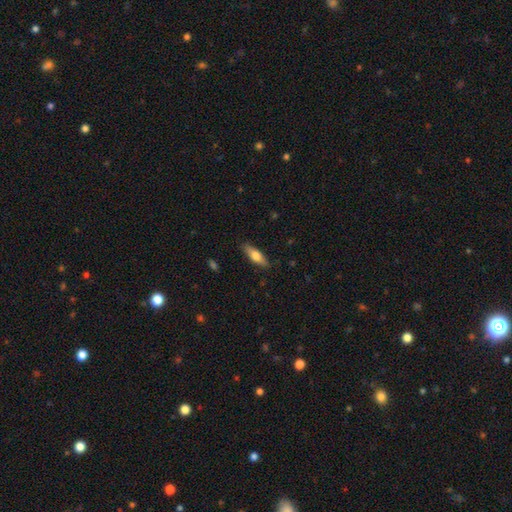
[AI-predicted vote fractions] Q: Smooth or featured?
A: smooth (66%); runner-up: featured or disk (28%)
Q: How rounded?
A: in between (51%); runner-up: cigar-shaped (46%)
Q: Merging?
A: none (86%); runner-up: minor disturbance (11%)